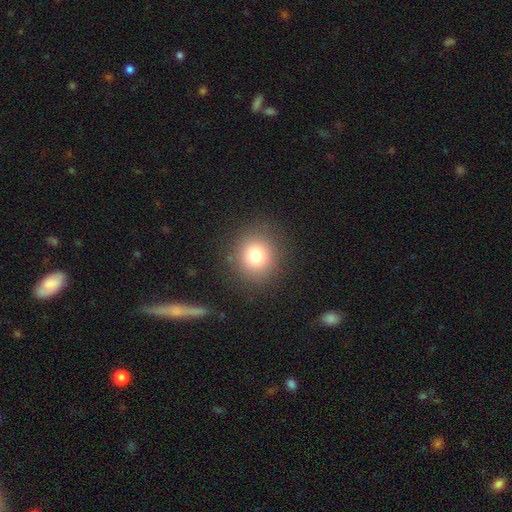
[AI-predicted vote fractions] A smooth galaxy with no disk features (78%) that is round (83%).

Vote fractions:
- Smooth or featured? smooth: 78% / star or artifact: 13% / featured or disk: 9%
- How rounded? round: 83% / in between: 16% / cigar-shaped: 1%
- Merging? none: 87% / minor disturbance: 8% / major disturbance: 4% / merger: 1%